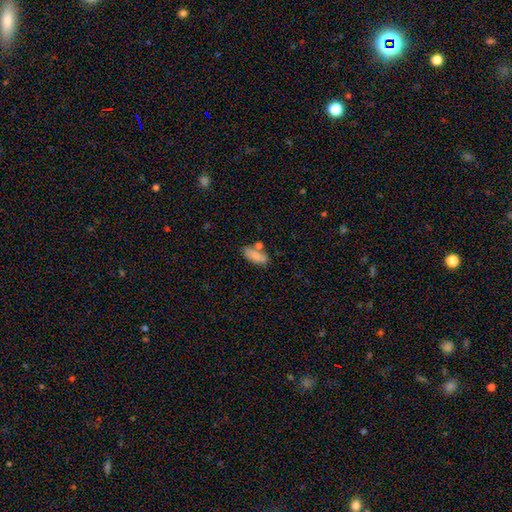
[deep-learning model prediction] This appears to be a smooth galaxy with no disk features (82%) that is in between round and cigar-shaped (87%). Merging: none (63%).